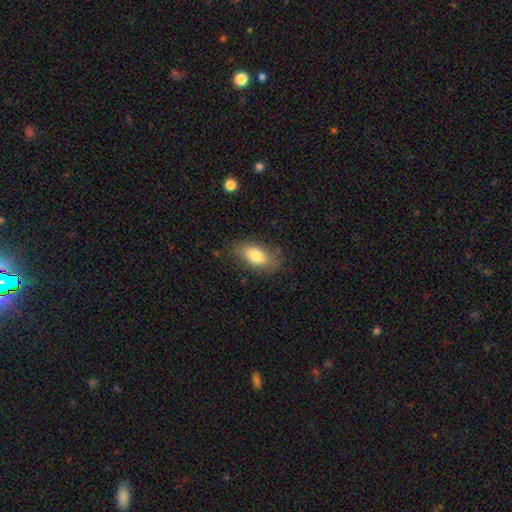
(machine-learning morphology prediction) This is likely a smooth galaxy (77%). How rounded: clearly in between (88%). Merging: likely none (76%).